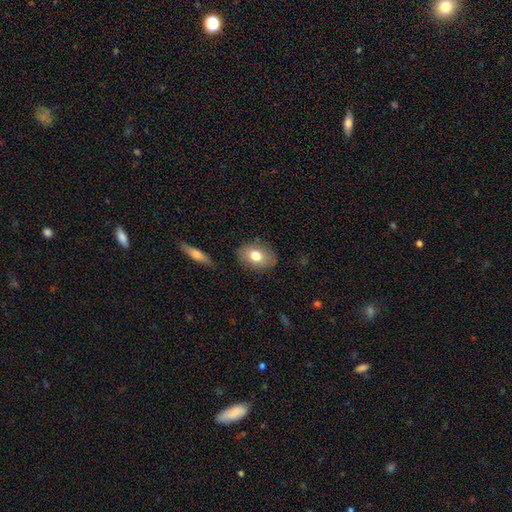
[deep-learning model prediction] smooth-or-featured: smooth: 75% | featured or disk: 17% | star or artifact: 7%
  how-rounded: in between: 79% | round: 19% | cigar-shaped: 1%
  merging: none: 84% | minor disturbance: 12% | major disturbance: 3% | merger: 2%